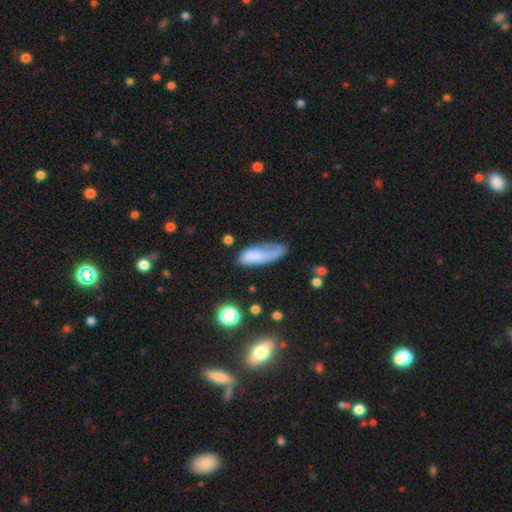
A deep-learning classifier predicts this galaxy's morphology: smooth 64%, featured or disk 27%, star or artifact 9%. Down the decision tree: how rounded — in between (66%); merging — none (32%, tied with major disturbance).